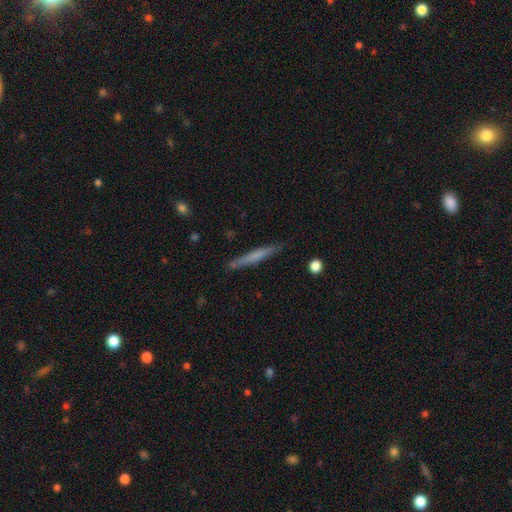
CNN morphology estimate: smooth_or_featured: smooth (p=0.57) [alt: featured or disk p=0.36]
how_rounded: cigar-shaped (p=0.95) [alt: in between p=0.03]
merging: none (p=0.83) [alt: minor disturbance p=0.12]